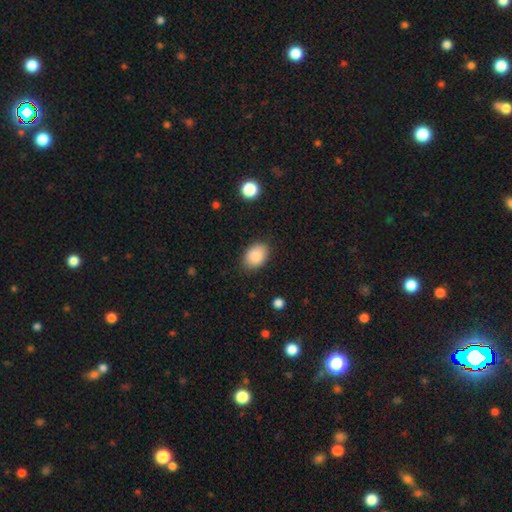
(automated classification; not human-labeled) Morphology: type=smooth (89%); roundness=in between (76%); merging=none (84%).